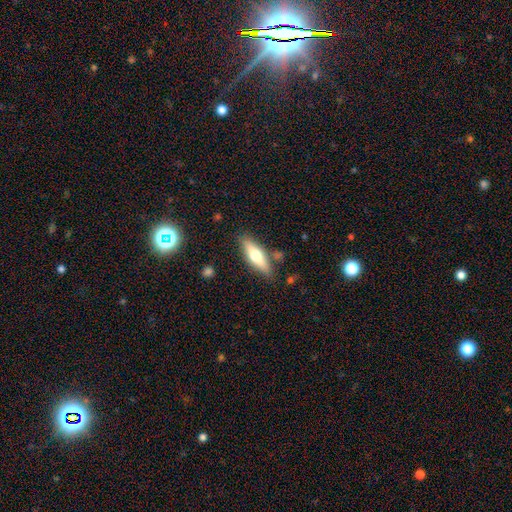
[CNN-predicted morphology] Smooth or featured? smooth (55%)
How rounded? cigar-shaped (54%)
Merging? none (81%)